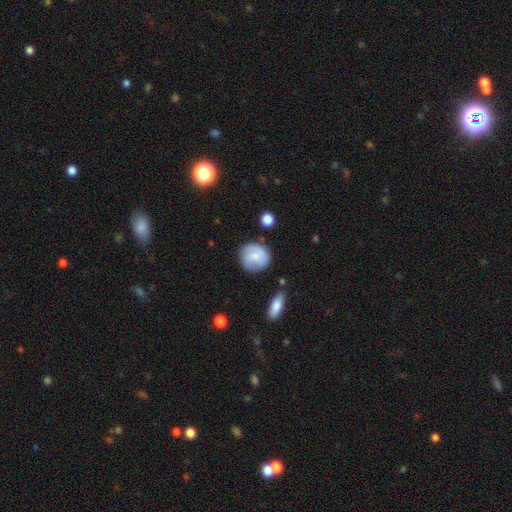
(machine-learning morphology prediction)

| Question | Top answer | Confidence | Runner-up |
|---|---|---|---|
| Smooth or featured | smooth | 64% | featured or disk (29%) |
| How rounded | round | 87% | in between (12%) |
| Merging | none | 73% | minor disturbance (18%) |